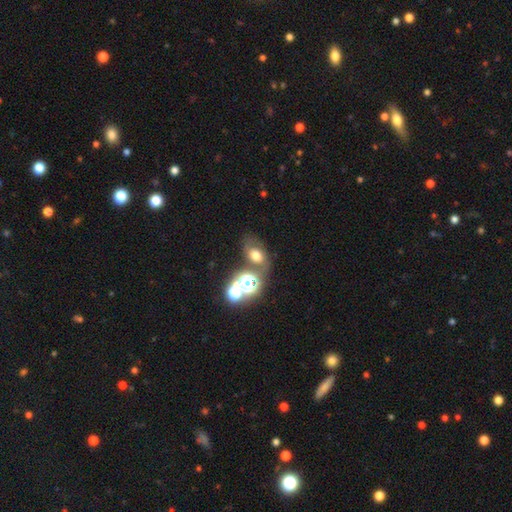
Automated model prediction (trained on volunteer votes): Smooth or featured?
  - smooth: 55% *
  - featured or disk: 23%
  - star or artifact: 23%
How rounded?
  - in between: 71% *
  - round: 27%
  - cigar-shaped: 1%
Merging?
  - none: 55% *
  - merger: 23%
  - minor disturbance: 14%
  - major disturbance: 8%